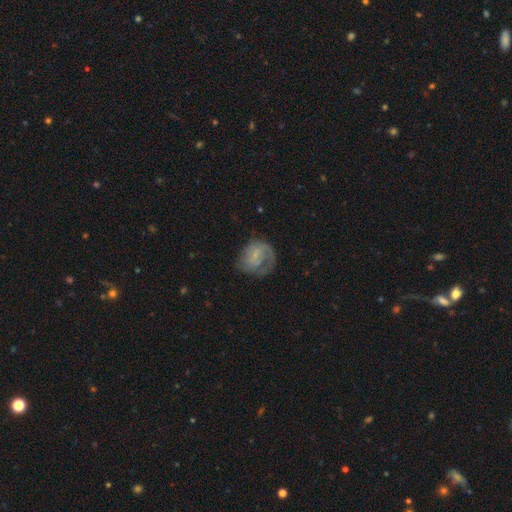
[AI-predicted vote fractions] Smooth or featured: featured or disk — 54% (smooth — 37%)
Edge-on disk: no — 97% (yes — 3%)
Bar: no — 51% (weak — 40%)
Spiral arms: yes — 72% (no — 28%)
Bulge size: small — 55% (none — 28%)
Merging: none — 49% (major disturbance — 26%)